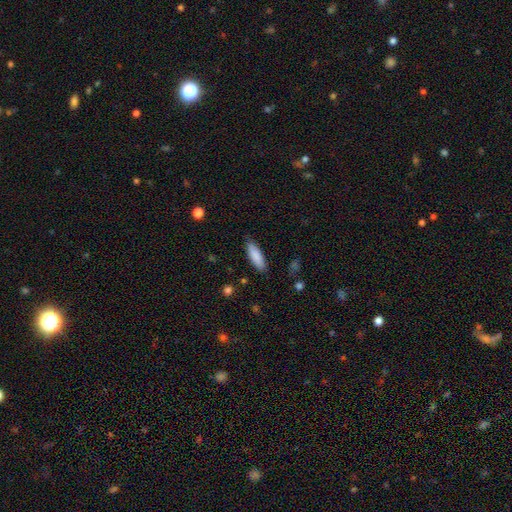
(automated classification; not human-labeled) Q: Smooth or featured?
A: smooth (87%); runner-up: featured or disk (7%)
Q: How rounded?
A: in between (54%); runner-up: cigar-shaped (45%)
Q: Merging?
A: none (85%); runner-up: minor disturbance (12%)